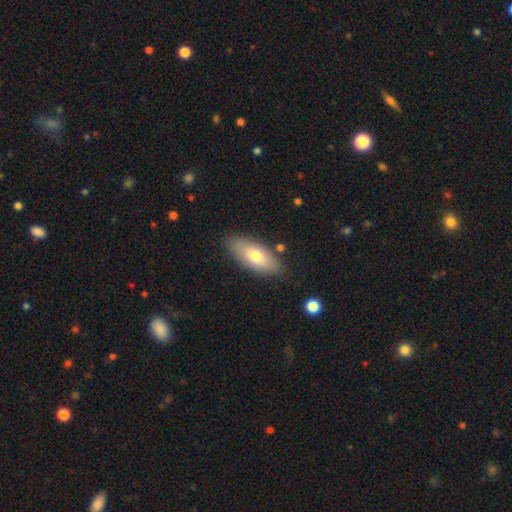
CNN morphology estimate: Smooth or featured?
  - smooth: 72% *
  - featured or disk: 22%
  - star or artifact: 6%
How rounded?
  - in between: 81% *
  - cigar-shaped: 17%
  - round: 2%
Merging?
  - none: 83% *
  - minor disturbance: 12%
  - major disturbance: 3%
  - merger: 2%